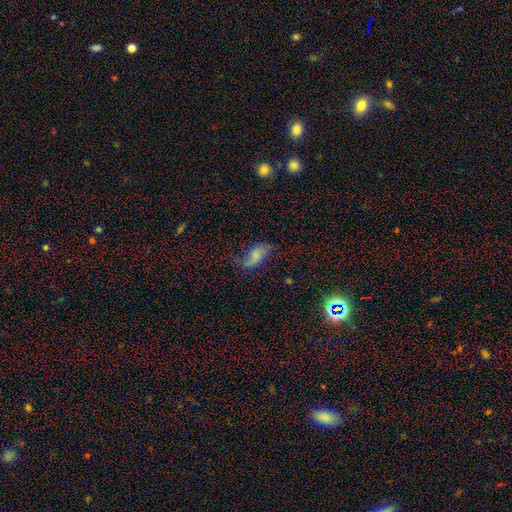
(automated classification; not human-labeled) smooth-or-featured: smooth: 50% | featured or disk: 39% | star or artifact: 12%
  merging: none: 52% | minor disturbance: 28% | major disturbance: 17% | merger: 3%